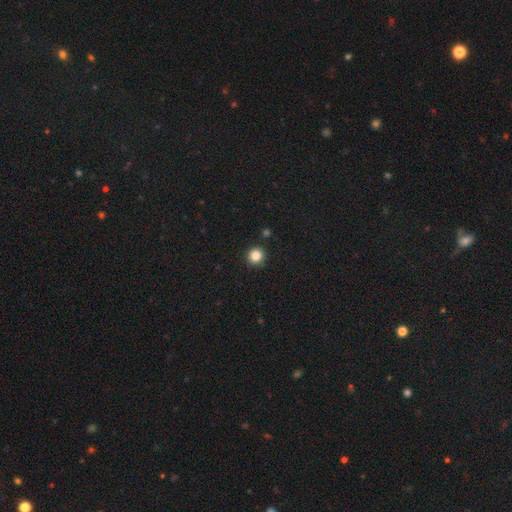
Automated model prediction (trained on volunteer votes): smooth-or-featured: smooth: 85% | star or artifact: 12% | featured or disk: 4%
  how-rounded: round: 93% | in between: 6% | cigar-shaped: 1%
  merging: none: 91% | minor disturbance: 5% | merger: 2% | major disturbance: 2%